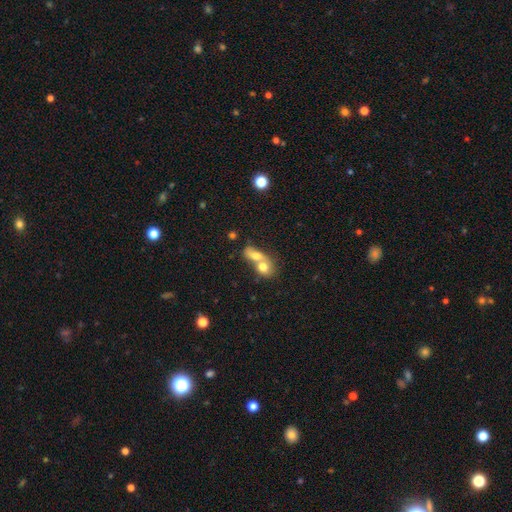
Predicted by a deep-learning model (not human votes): smooth 70%, featured or disk 21%, star or artifact 9%. Down the decision tree: how rounded — in between (59%); merging — merger (77%).